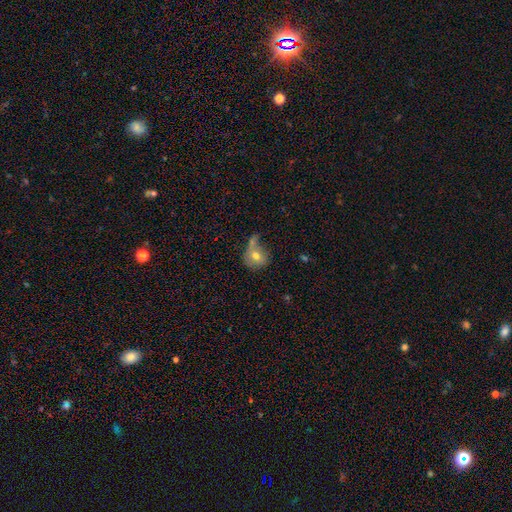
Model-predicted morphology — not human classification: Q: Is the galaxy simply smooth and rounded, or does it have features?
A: smooth — 68%.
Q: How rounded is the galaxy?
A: round — 75%.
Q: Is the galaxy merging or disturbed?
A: none — 33%.